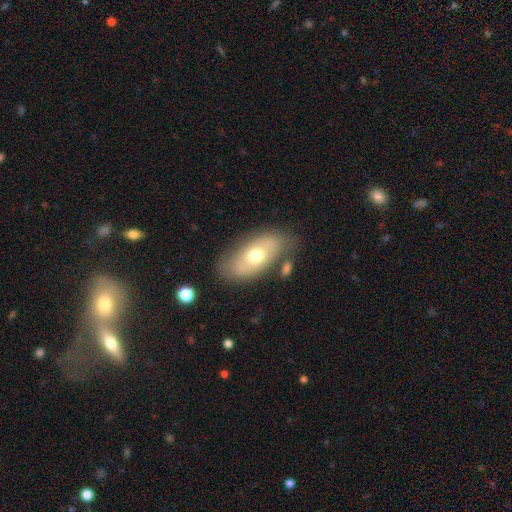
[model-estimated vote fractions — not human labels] Smooth or featured: smooth — 59% (featured or disk — 35%)
How rounded: in between — 91% (round — 5%)
Merging: none — 71% (minor disturbance — 17%)